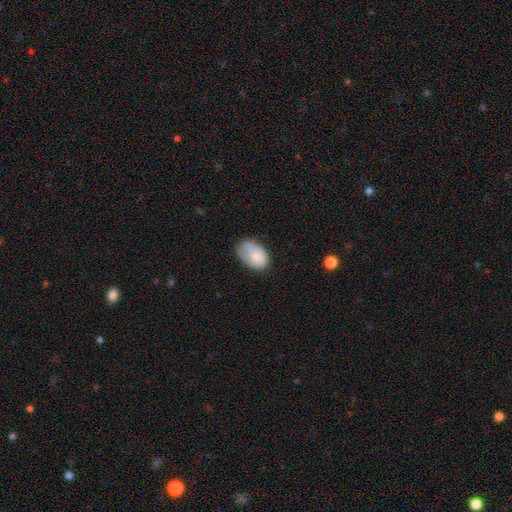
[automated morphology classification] A smooth galaxy with no disk features (77%) that is in between round and cigar-shaped (88%).

Vote fractions:
- Smooth or featured? smooth: 77% / featured or disk: 16% / star or artifact: 7%
- How rounded? in between: 88% / round: 11% / cigar-shaped: 1%
- Merging? none: 50% / minor disturbance: 34% / major disturbance: 13% / merger: 3%